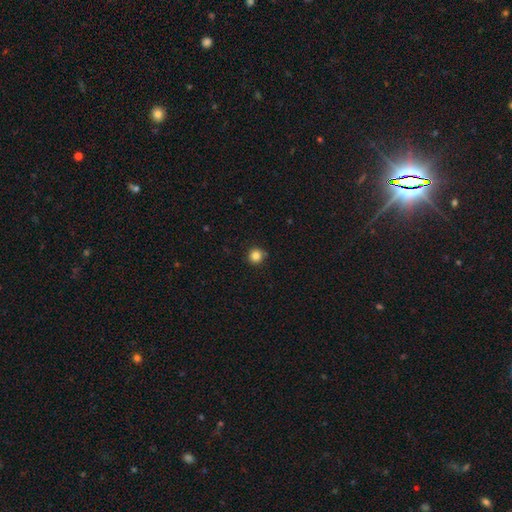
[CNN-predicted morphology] type=smooth (85%); roundness=round (94%); merging=none (87%).